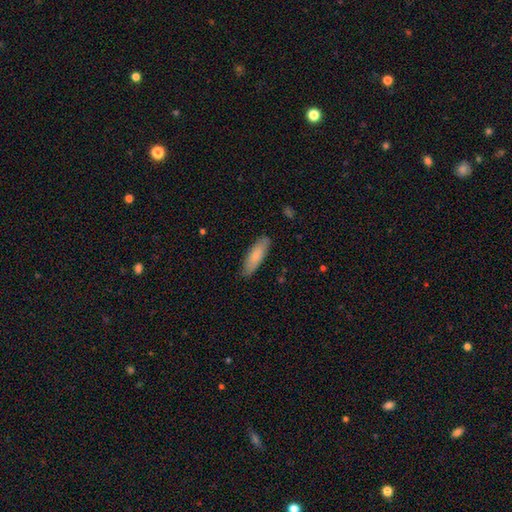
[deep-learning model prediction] Morphology: type=smooth (75%); roundness=in between (50%); merging=none (84%).